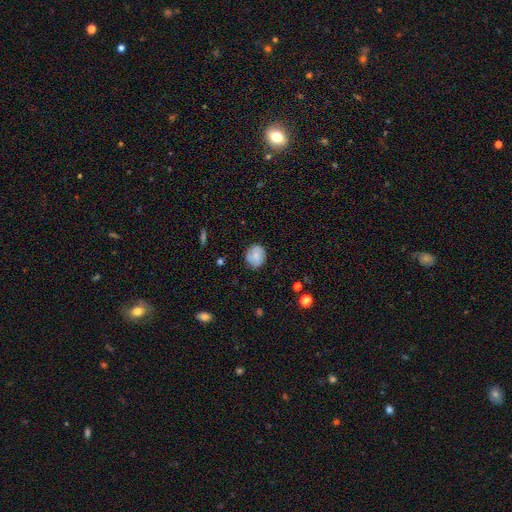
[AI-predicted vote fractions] Smooth or featured? Predicted: smooth (p=0.67). How rounded? Predicted: round (p=0.70). Merging? Predicted: none (p=0.80).